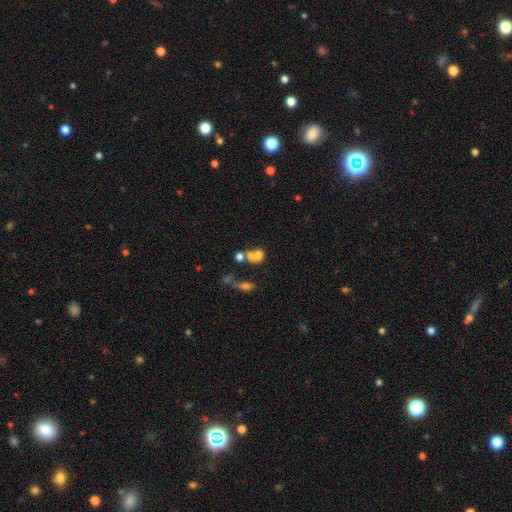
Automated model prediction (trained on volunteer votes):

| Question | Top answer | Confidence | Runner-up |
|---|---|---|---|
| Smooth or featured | smooth | 64% | featured or disk (22%) |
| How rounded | round | 59% | in between (39%) |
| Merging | merger | 56% | none (25%) |